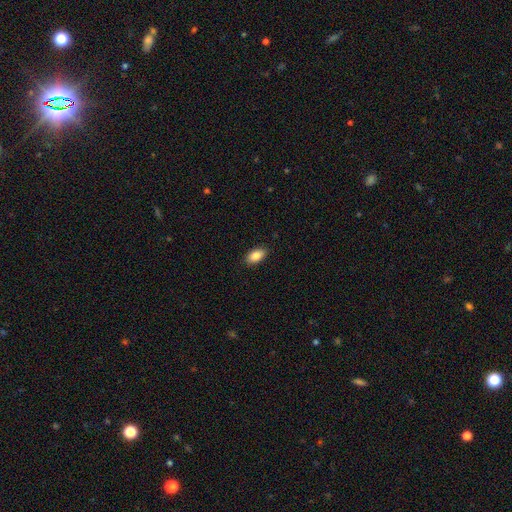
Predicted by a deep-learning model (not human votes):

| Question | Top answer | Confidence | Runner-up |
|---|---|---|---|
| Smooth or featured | smooth | 87% | star or artifact (7%) |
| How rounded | in between | 93% | round (4%) |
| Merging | none | 90% | minor disturbance (8%) |